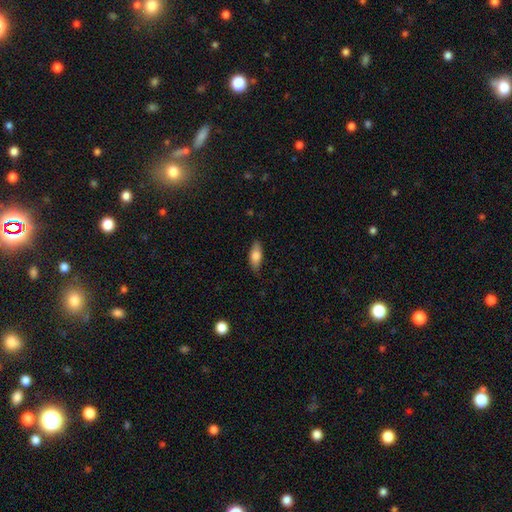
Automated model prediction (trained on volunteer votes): smooth 77%, featured or disk 17%, star or artifact 6%. Down the decision tree: how rounded — in between (80%); merging — none (79%).